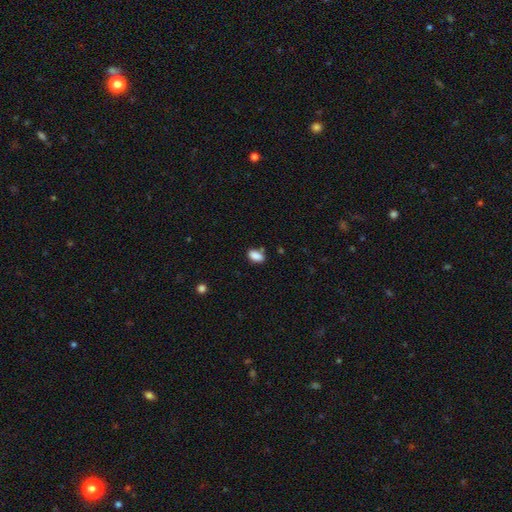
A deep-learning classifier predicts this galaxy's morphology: Q: Smooth or featured?
A: smooth (87%); runner-up: star or artifact (9%)
Q: How rounded?
A: in between (90%); runner-up: round (7%)
Q: Merging?
A: none (73%); runner-up: minor disturbance (15%)